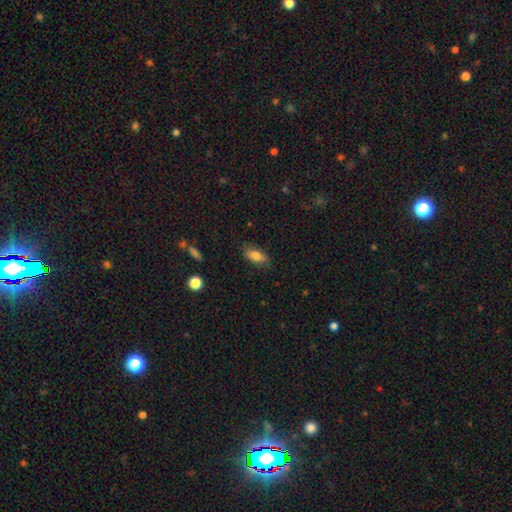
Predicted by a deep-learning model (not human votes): Overall: smooth (77%). How rounded: in between (85%). Merging: none (77%).